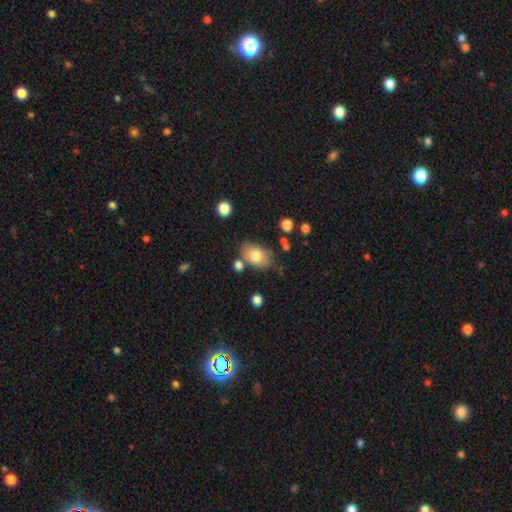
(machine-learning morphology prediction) type=smooth (78%); roundness=in between (84%); merging=none (68%).